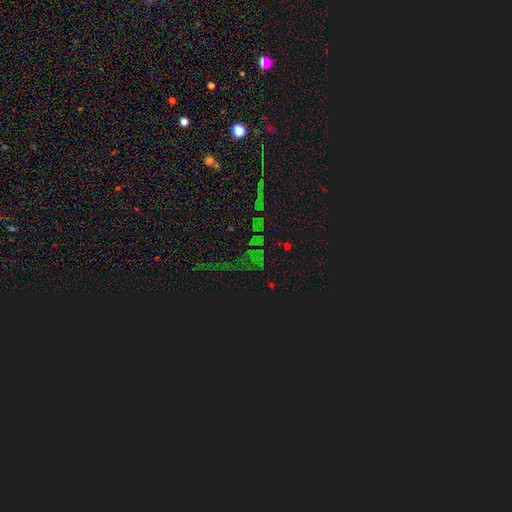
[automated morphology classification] type=star or artifact (82%).